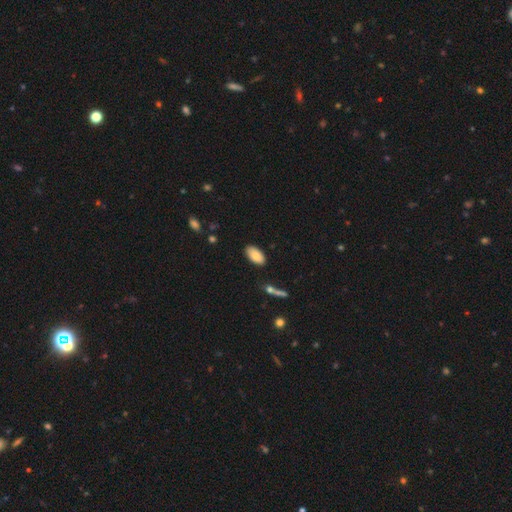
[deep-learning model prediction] Smooth or featured?
  - smooth: 84% *
  - featured or disk: 8%
  - star or artifact: 7%
How rounded?
  - in between: 95% *
  - cigar-shaped: 3%
  - round: 2%
Merging?
  - none: 85% *
  - minor disturbance: 11%
  - major disturbance: 2%
  - merger: 2%